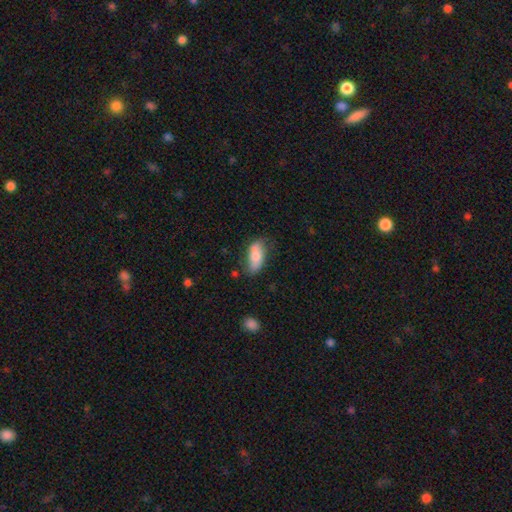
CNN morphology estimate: A smooth galaxy with no disk features (70%) that is in between round and cigar-shaped (83%). Merging: none (64%).